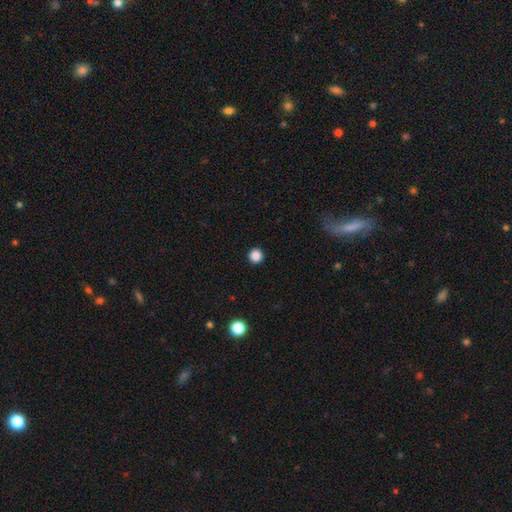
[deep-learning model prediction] The model was most divided on "smooth or featured": smooth: 87%, star or artifact: 11%, featured or disk: 2%. More confident: how rounded — round (96%); merging — none (93%).